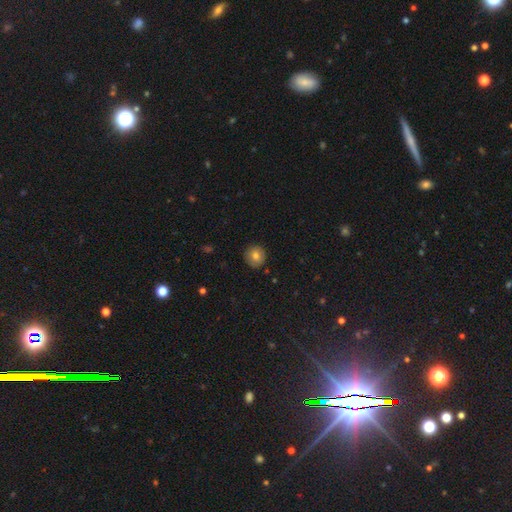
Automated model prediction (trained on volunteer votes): The model was most divided on "smooth or featured": smooth: 76%, featured or disk: 16%, star or artifact: 9%. More confident: how rounded — round (92%); merging — none (88%).